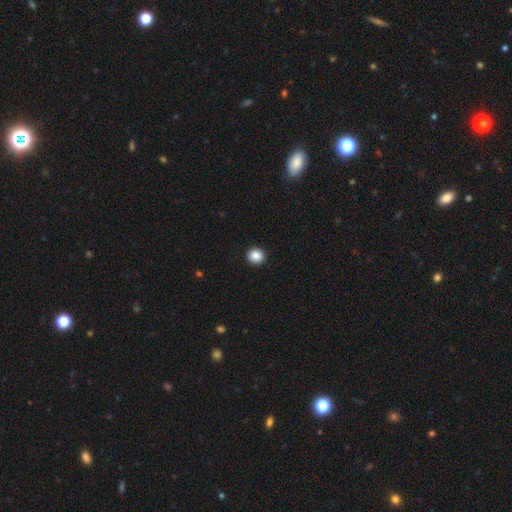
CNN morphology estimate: type=smooth (88%); roundness=round (90%); merging=none (93%).